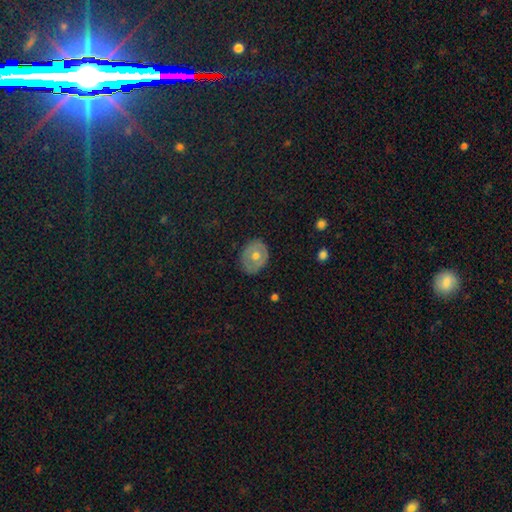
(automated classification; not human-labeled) smooth_or_featured: smooth (p=0.51) [alt: featured or disk p=0.39]
how_rounded: round (p=0.55) [alt: in between p=0.44]
merging: none (p=0.81) [alt: minor disturbance p=0.15]